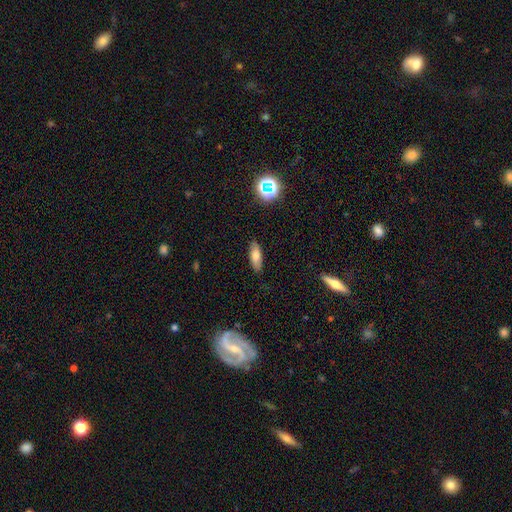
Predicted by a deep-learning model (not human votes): Smooth or featured?
  - smooth: 74% *
  - featured or disk: 16%
  - star or artifact: 10%
How rounded?
  - in between: 65% *
  - cigar-shaped: 32%
  - round: 3%
Merging?
  - none: 85% *
  - minor disturbance: 11%
  - major disturbance: 2%
  - merger: 1%